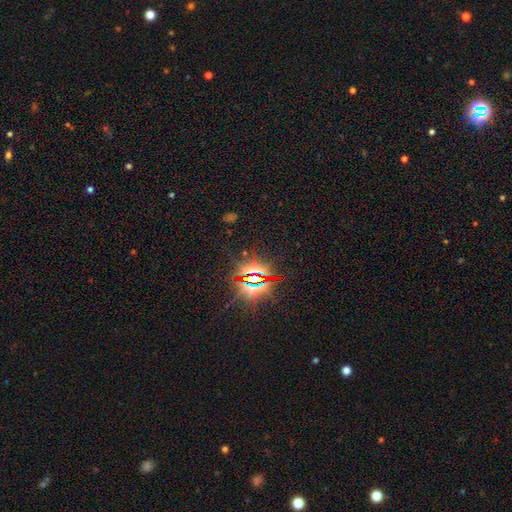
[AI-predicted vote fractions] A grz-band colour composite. It shows a star or artifact, not a galaxy (86%).